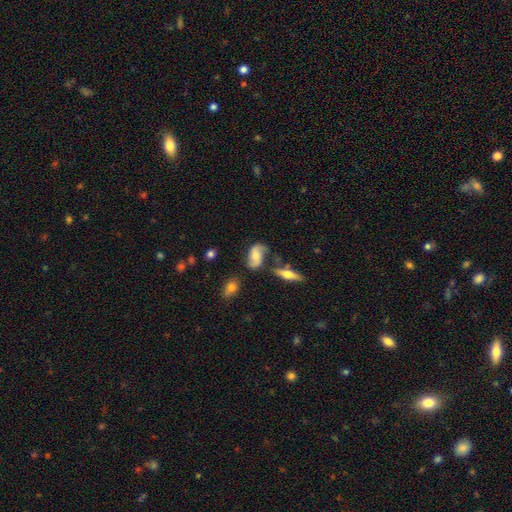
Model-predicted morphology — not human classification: smooth_or_featured: featured or disk (p=0.61) [alt: smooth p=0.32]
disk_edge_on: no (p=0.91) [alt: yes p=0.09]
bar: no (p=0.57) [alt: weak p=0.34]
has_spiral_arms: yes (p=0.88) [alt: no p=0.12]
bulge_size: moderate (p=0.50) [alt: small p=0.29]
merging: none (p=0.56) [alt: minor disturbance p=0.22]